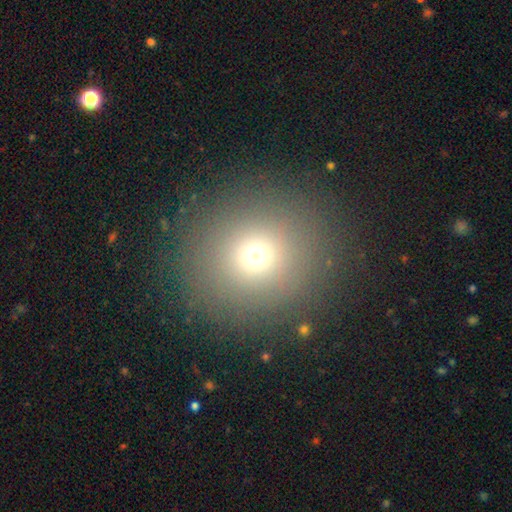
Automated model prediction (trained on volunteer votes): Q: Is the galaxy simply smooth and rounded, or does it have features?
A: smooth — 70%.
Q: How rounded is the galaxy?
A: round — 90%.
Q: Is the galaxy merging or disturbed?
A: none — 89%.